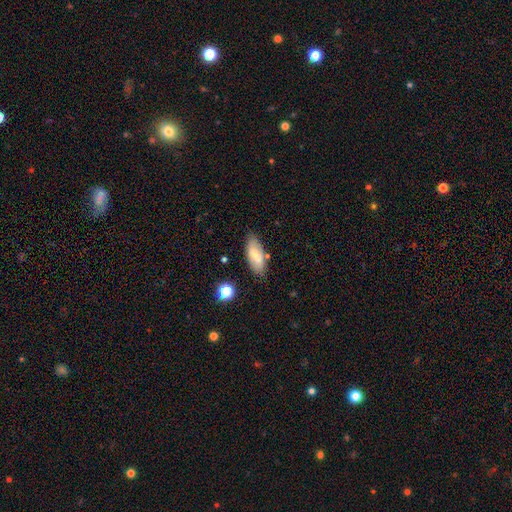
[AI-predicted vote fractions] This is likely a smooth galaxy (69%). How rounded: clearly in between (82%). Merging: likely none (78%).